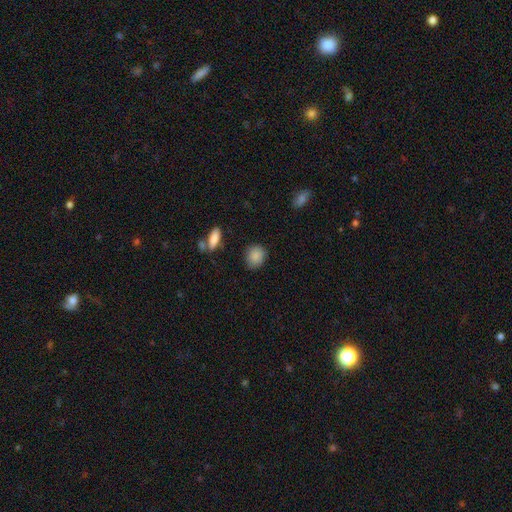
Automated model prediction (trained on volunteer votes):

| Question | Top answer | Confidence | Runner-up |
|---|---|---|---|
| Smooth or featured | smooth | 88% | star or artifact (8%) |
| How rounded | round | 64% | in between (35%) |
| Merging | none | 84% | minor disturbance (11%) |